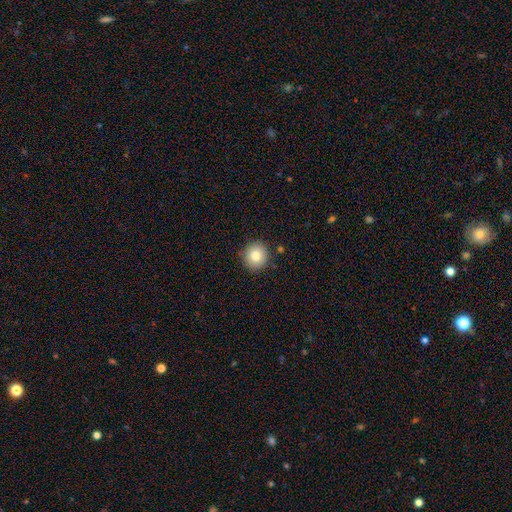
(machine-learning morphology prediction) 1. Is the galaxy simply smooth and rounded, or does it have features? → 81% smooth, 10% star or artifact, 9% featured or disk.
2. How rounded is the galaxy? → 93% round, 6% in between, 1% cigar-shaped.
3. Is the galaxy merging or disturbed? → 90% none, 7% minor disturbance, 2% major disturbance, 2% merger.